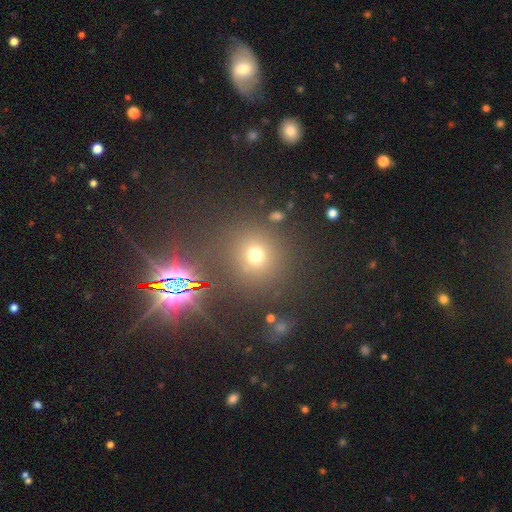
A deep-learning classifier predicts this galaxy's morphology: This is likely a smooth galaxy (65%). How rounded: clearly round (89%). Merging: clearly none (81%).